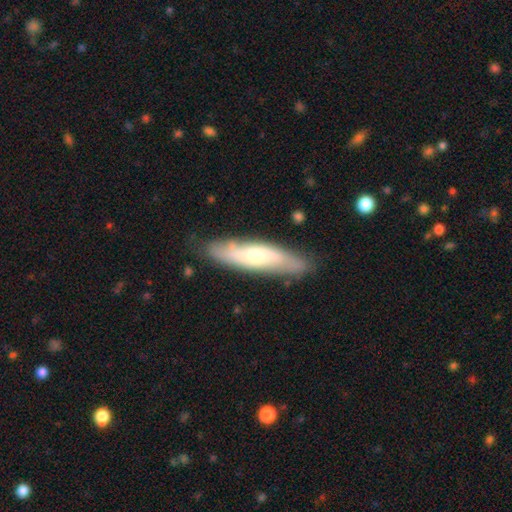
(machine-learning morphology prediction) This appears to be a featured or disk galaxy (47%, tied with smooth). Merging: none (81%).